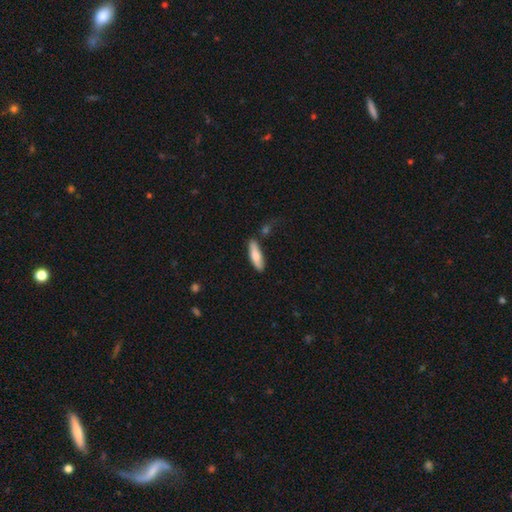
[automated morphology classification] This appears to be a smooth galaxy with no disk features (71%) that is cigar-shaped (61%). Merging: none (80%).